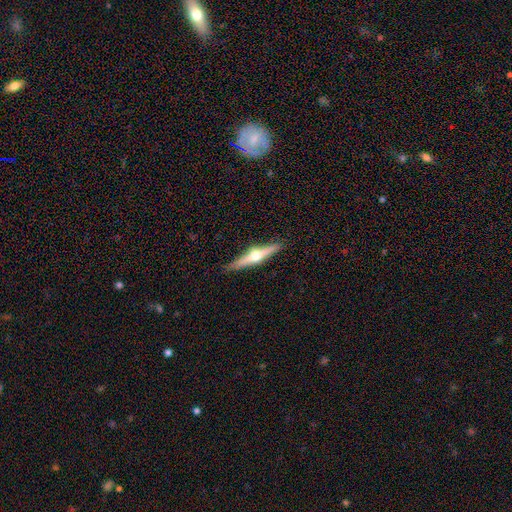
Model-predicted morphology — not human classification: Smooth or featured?
  - featured or disk: 74% *
  - smooth: 21%
  - star or artifact: 5%
Edge-on disk?
  - yes: 98% *
  - no: 2%
Edge-on bulge?
  - rounded: 95% *
  - boxy: 3%
  - none: 2%
Merging?
  - none: 90% *
  - minor disturbance: 8%
  - major disturbance: 2%
  - merger: 1%